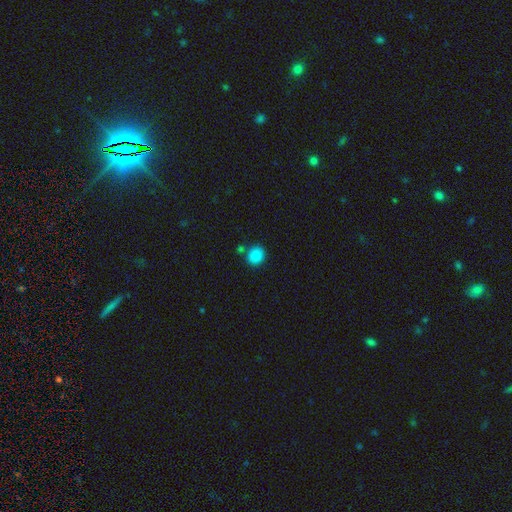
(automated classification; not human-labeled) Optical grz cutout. It shows a smooth galaxy with no disk features (87%) that is round (70%). Merging: none (77%).